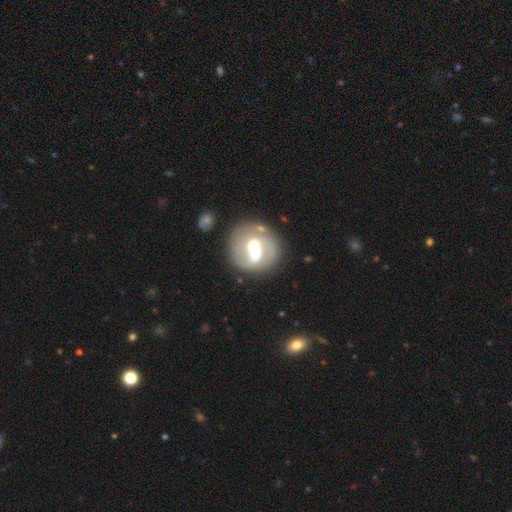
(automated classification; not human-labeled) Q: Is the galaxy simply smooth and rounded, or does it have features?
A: featured or disk — 49%.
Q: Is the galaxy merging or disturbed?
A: none — 47%.